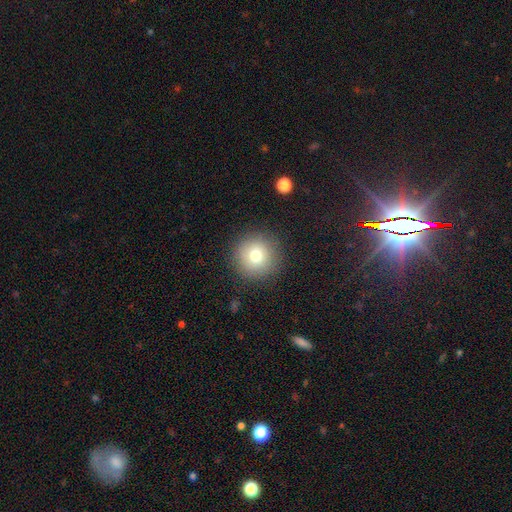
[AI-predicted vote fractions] smooth_or_featured: smooth (p=0.76) [alt: featured or disk p=0.12]
how_rounded: round (p=0.95) [alt: in between p=0.04]
merging: none (p=0.89) [alt: minor disturbance p=0.07]